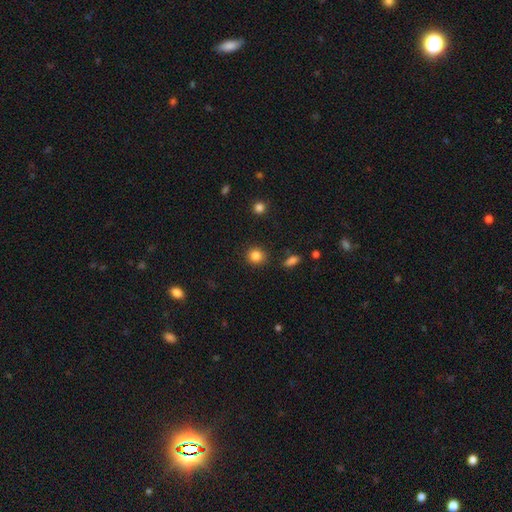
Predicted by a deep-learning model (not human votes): Smooth or featured?
  - smooth: 85% *
  - star or artifact: 10%
  - featured or disk: 5%
How rounded?
  - round: 85% *
  - in between: 14%
  - cigar-shaped: 1%
Merging?
  - none: 88% *
  - minor disturbance: 7%
  - major disturbance: 2%
  - merger: 2%